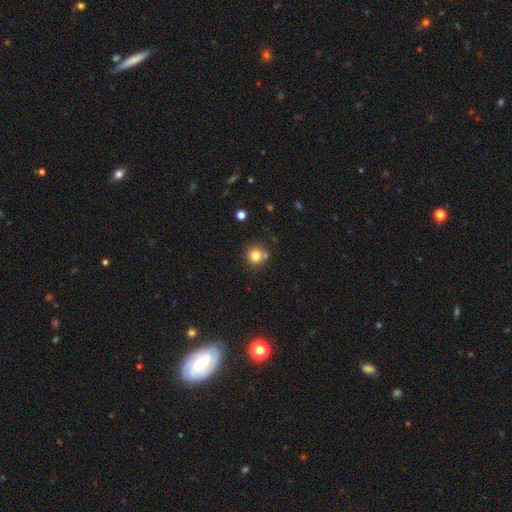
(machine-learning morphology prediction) Q: Smooth or featured?
A: smooth (80%); runner-up: star or artifact (12%)
Q: How rounded?
A: round (93%); runner-up: in between (6%)
Q: Merging?
A: none (72%); runner-up: merger (15%)